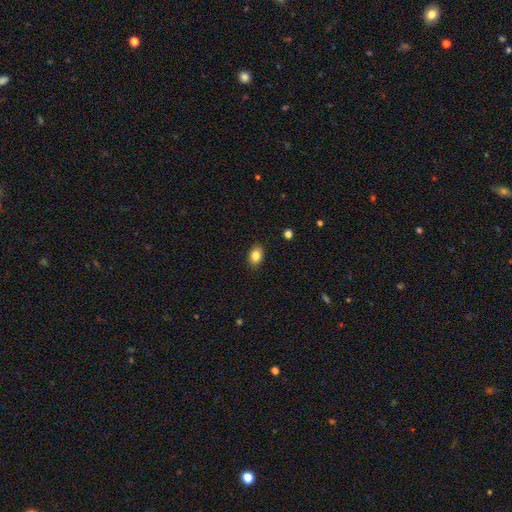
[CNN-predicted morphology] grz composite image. It shows a smooth galaxy with no disk features (84%) that is in between round and cigar-shaped (75%). Merging: none (89%).